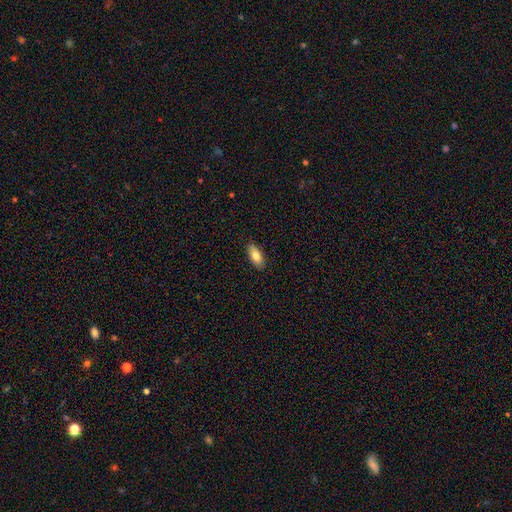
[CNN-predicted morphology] type=smooth (79%); roundness=in between (84%); merging=none (88%).